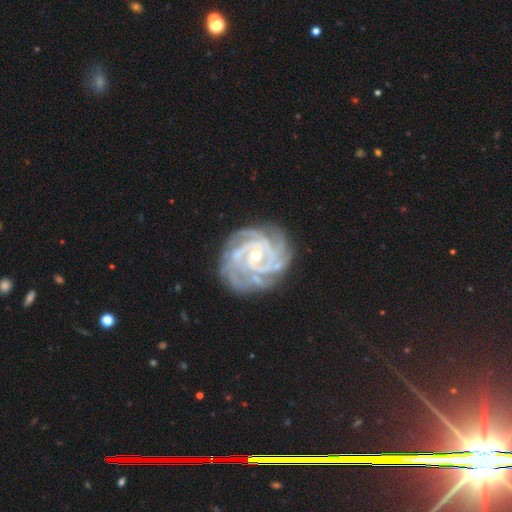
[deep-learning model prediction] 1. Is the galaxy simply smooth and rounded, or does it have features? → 91% featured or disk, 5% star or artifact, 3% smooth.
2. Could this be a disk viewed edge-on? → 98% no, 2% yes.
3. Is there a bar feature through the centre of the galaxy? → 55% no, 32% weak, 14% strong.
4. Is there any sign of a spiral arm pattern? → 98% yes, 2% no.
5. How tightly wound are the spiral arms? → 74% tight, 23% medium, 3% loose.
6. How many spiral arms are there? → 28% 3, 25% 4, 16% can't tell, 14% 2, 9% more than 4, 7% 1.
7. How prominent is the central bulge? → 60% small, 37% moderate, 1% large, 1% none, 1% dominant.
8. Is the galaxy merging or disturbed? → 76% none, 17% minor disturbance, 6% major disturbance, 2% merger.